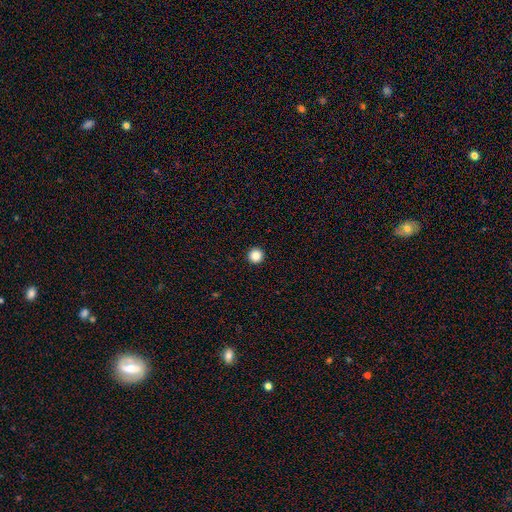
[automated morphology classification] This appears to be a smooth galaxy with no disk features (86%) that is round (97%). Merging: none (94%).